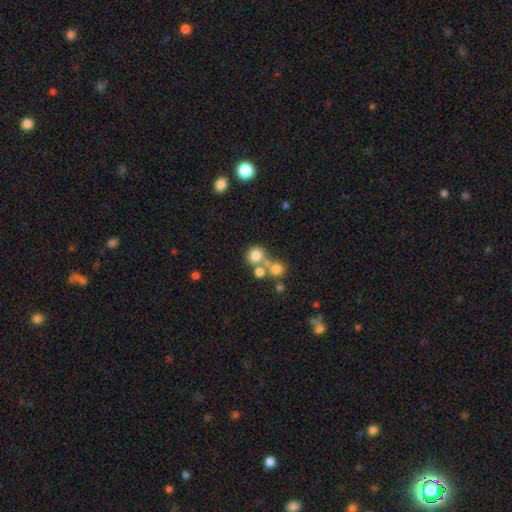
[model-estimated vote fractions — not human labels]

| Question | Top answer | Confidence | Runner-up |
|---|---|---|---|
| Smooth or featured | smooth | 72% | featured or disk (14%) |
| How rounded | round | 84% | in between (15%) |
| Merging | none | 46% | merger (39%) |